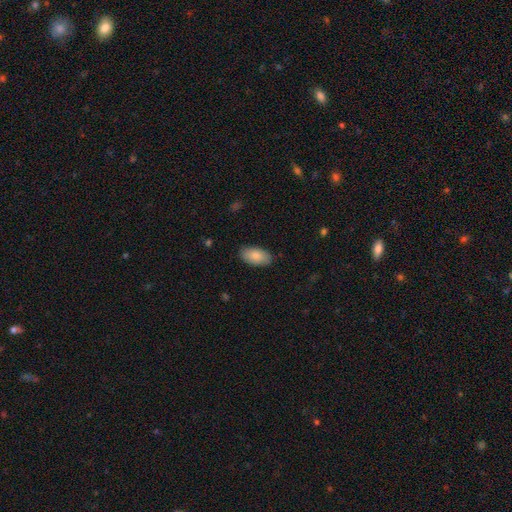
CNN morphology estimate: Smooth or featured? smooth (86%)
How rounded? in between (95%)
Merging? none (86%)